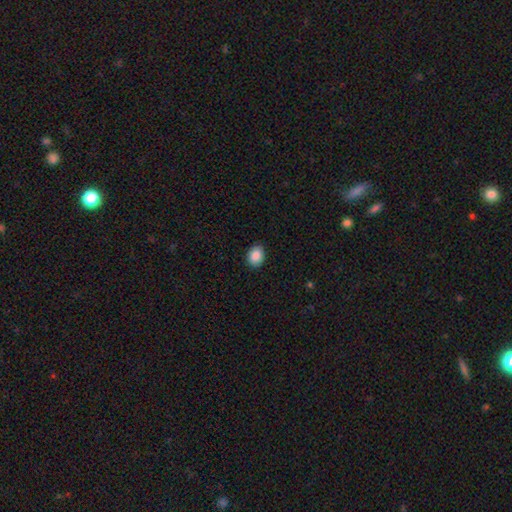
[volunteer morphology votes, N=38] Smooth or featured? 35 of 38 (92%) said smooth. How rounded? 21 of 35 (60%) said round. Merging? 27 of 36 (75%) said none.